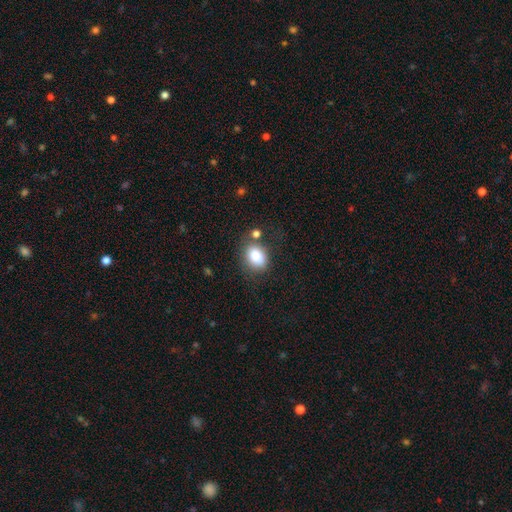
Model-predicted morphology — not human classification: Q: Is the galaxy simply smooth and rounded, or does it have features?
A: smooth — 84%.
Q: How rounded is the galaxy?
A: in between — 74%.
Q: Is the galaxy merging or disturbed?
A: none — 60%.